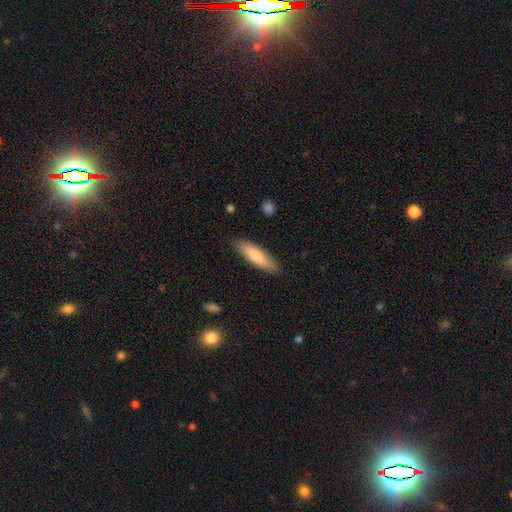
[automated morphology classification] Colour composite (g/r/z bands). It shows a smooth galaxy with no disk features (78%) that is cigar-shaped (59%). Merging: none (85%).